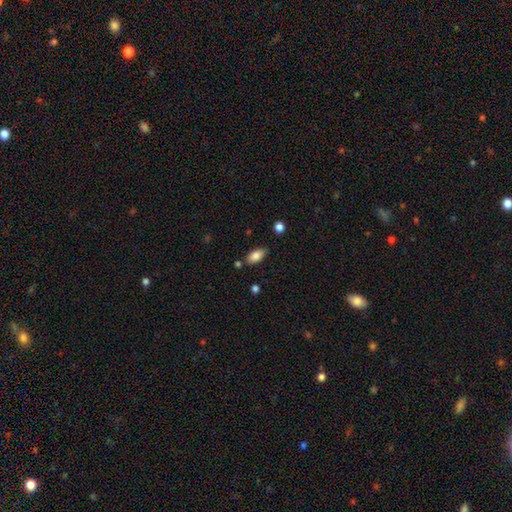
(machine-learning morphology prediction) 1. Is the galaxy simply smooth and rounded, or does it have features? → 83% smooth, 10% featured or disk, 7% star or artifact.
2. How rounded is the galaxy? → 91% in between, 6% cigar-shaped, 3% round.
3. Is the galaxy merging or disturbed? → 78% none, 15% minor disturbance, 4% merger, 3% major disturbance.